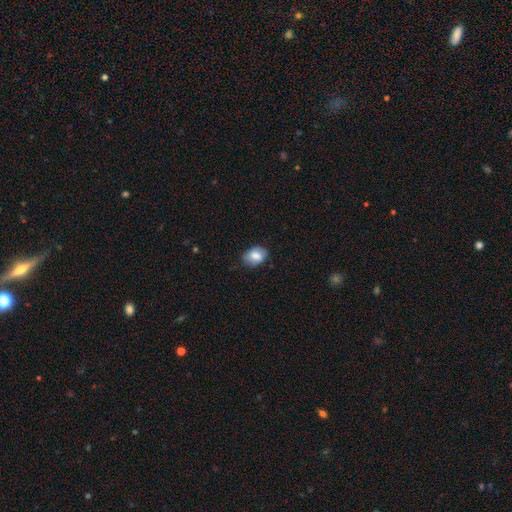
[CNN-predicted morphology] smooth_or_featured: smooth (p=0.78) [alt: featured or disk p=0.14]
how_rounded: in between (p=0.75) [alt: round p=0.24]
merging: none (p=0.72) [alt: minor disturbance p=0.22]